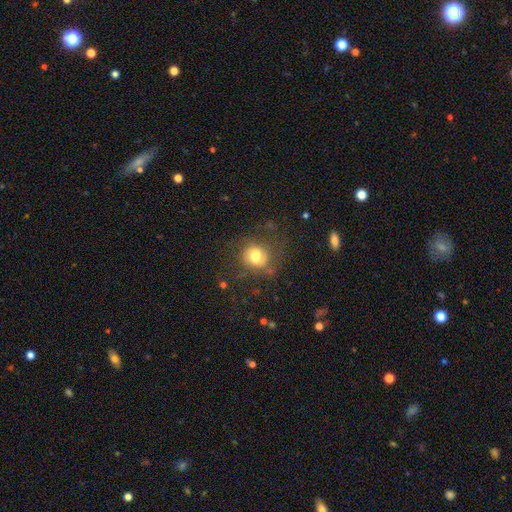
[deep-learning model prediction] Smooth or featured? smooth (69%)
How rounded? round (78%)
Merging? none (64%)